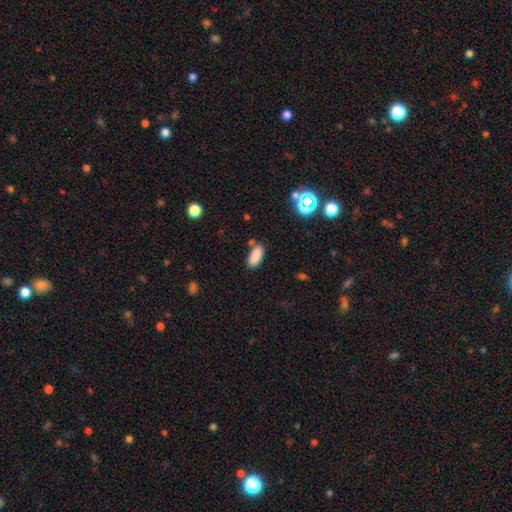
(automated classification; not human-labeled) A smooth galaxy with no disk features (86%) that is in between round and cigar-shaped (87%).

Vote fractions:
- Smooth or featured? smooth: 86% / star or artifact: 10% / featured or disk: 5%
- How rounded? in between: 87% / cigar-shaped: 11% / round: 2%
- Merging? none: 76% / minor disturbance: 13% / merger: 7% / major disturbance: 3%